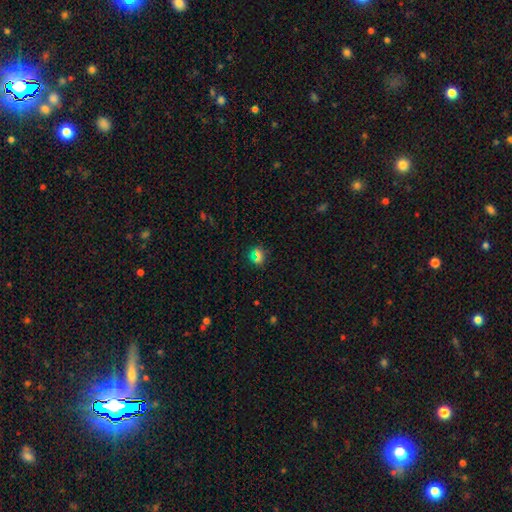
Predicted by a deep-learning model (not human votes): smooth-or-featured: smooth: 61% | star or artifact: 29% | featured or disk: 10%
  how-rounded: round: 85% | in between: 13% | cigar-shaped: 2%
  merging: none: 84% | minor disturbance: 9% | merger: 4% | major disturbance: 3%